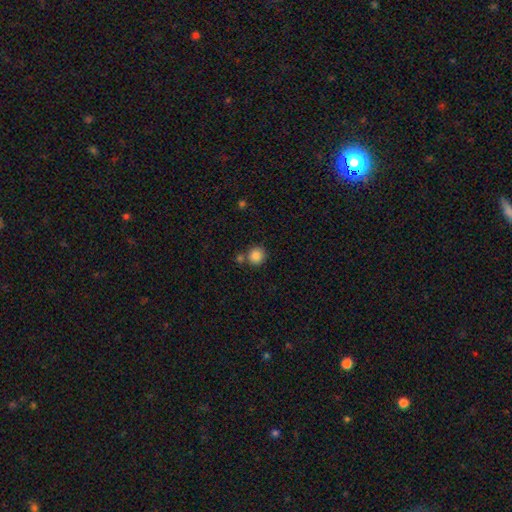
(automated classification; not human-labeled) Smooth or featured?
  - smooth: 85% *
  - star or artifact: 10%
  - featured or disk: 5%
How rounded?
  - round: 91% *
  - in between: 8%
  - cigar-shaped: 1%
Merging?
  - none: 70% *
  - merger: 18%
  - minor disturbance: 9%
  - major disturbance: 3%